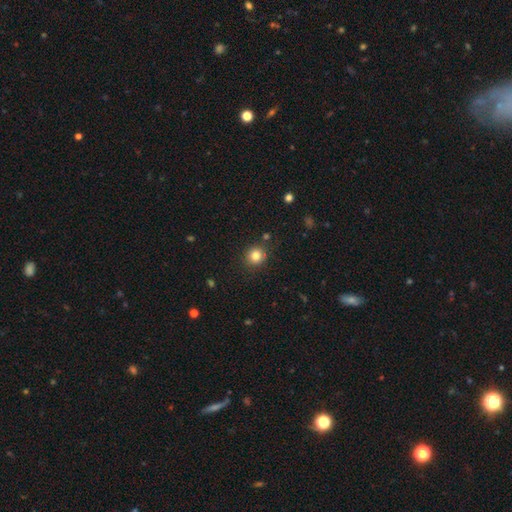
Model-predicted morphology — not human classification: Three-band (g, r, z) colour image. It shows a smooth galaxy with no disk features (82%) that is round (90%). Merging: none (86%).